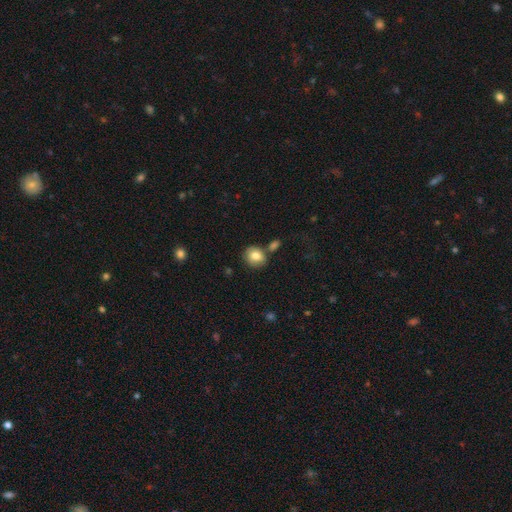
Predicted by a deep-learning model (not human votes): Overall: smooth (81%). How rounded: round (75%). Merging: none (70%).